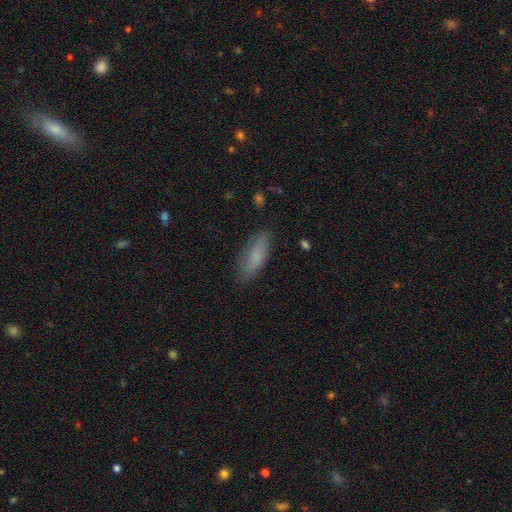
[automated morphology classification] type=smooth (81%); roundness=in between (67%); merging=none (81%).